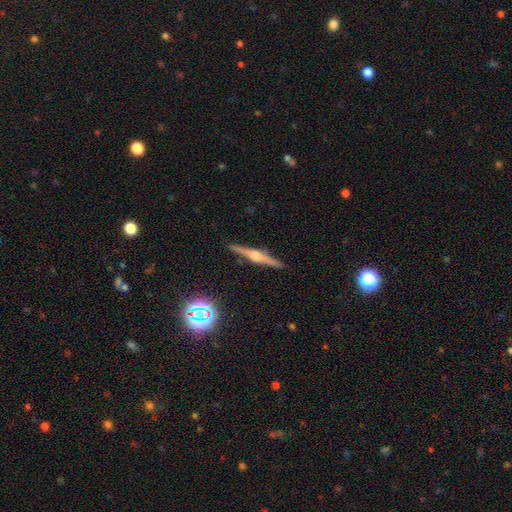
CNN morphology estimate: This is likely a featured or disk galaxy (79%). It is clearly viewed edge-on (98%). Edge-on bulge: clearly rounded (87%). Merging: clearly none (91%).